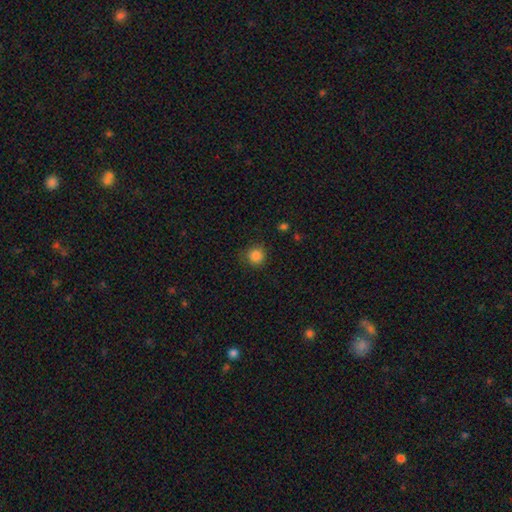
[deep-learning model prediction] Smooth or featured? smooth (84%)
How rounded? round (93%)
Merging? none (84%)